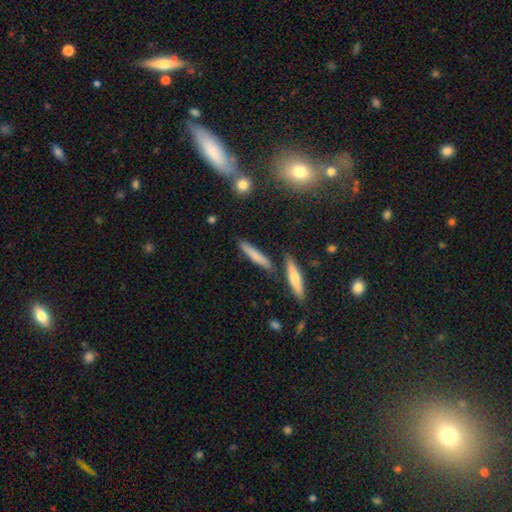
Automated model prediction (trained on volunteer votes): Morphology: type=smooth (72%); roundness=cigar-shaped (87%); merging=none (80%).